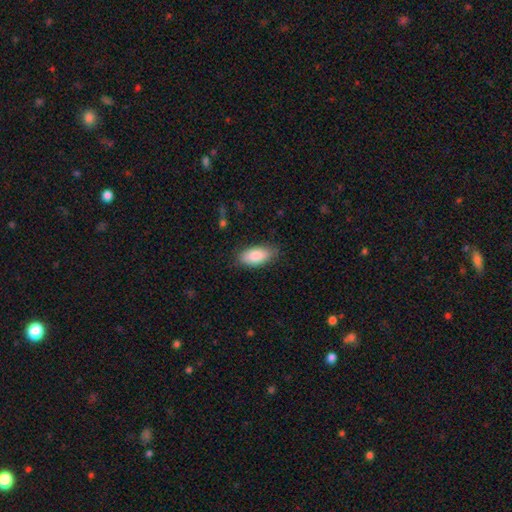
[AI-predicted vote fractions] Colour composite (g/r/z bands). It shows a smooth galaxy with no disk features (87%) that is in between round and cigar-shaped (91%). Merging: none (81%).